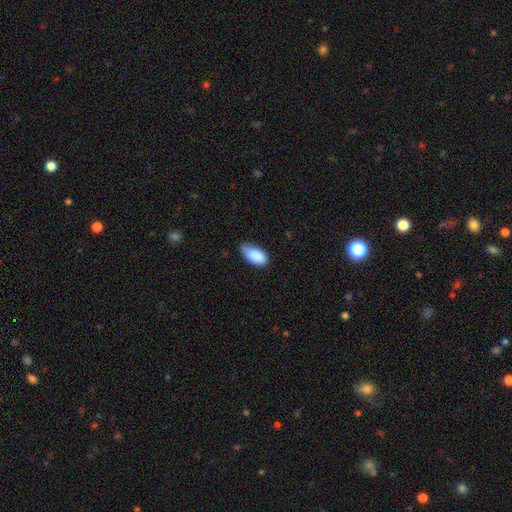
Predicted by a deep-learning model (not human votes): Morphology: type=smooth (88%); roundness=in between (94%); merging=none (60%).